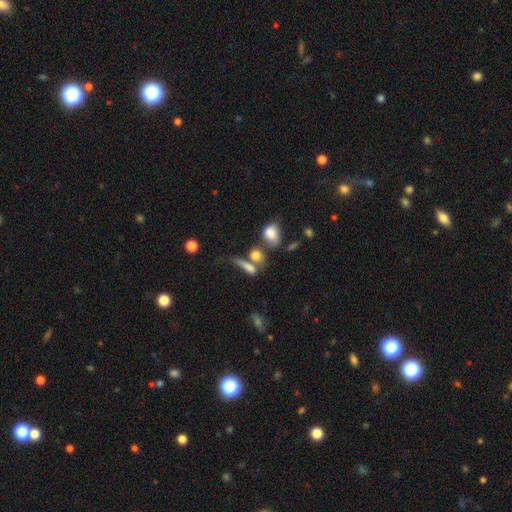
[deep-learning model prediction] Smooth or featured?
  - smooth: 72% *
  - featured or disk: 16%
  - star or artifact: 12%
How rounded?
  - in between: 46% *
  - round: 30%
  - cigar-shaped: 24%
Merging?
  - none: 38% *
  - merger: 37%
  - minor disturbance: 14%
  - major disturbance: 11%